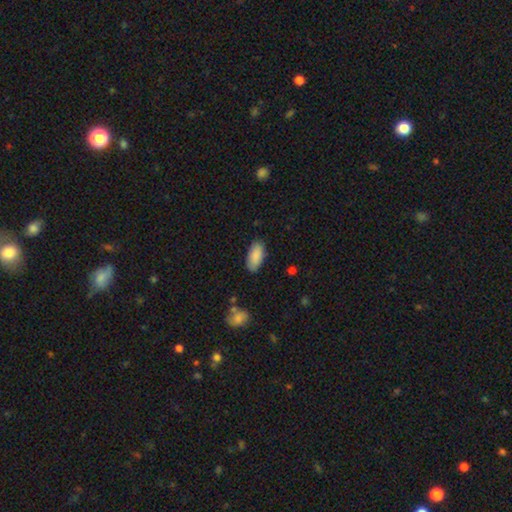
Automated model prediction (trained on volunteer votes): Smooth or featured? Predicted: smooth (p=0.89). How rounded? Predicted: in between (p=0.91). Merging? Predicted: none (p=0.85).